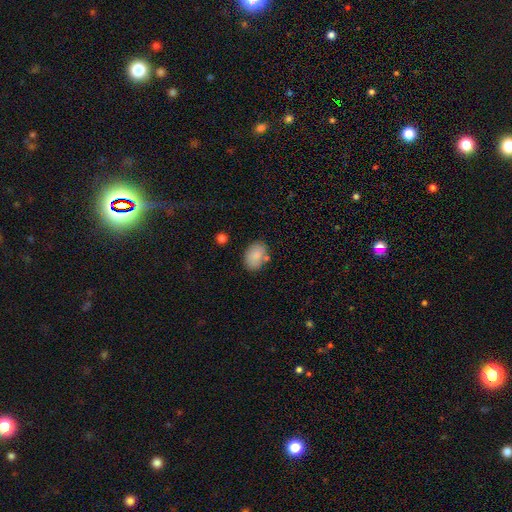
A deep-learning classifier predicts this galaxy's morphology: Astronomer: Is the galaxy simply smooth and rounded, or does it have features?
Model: smooth — 86%.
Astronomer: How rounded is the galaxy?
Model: in between — 82%.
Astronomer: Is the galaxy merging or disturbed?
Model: none — 73%.